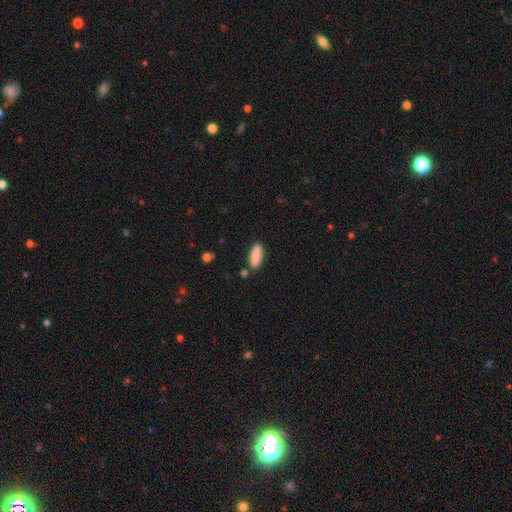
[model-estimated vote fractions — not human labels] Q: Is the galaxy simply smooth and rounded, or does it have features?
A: smooth — 87%.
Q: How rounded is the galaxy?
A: in between — 63%.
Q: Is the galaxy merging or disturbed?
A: none — 84%.